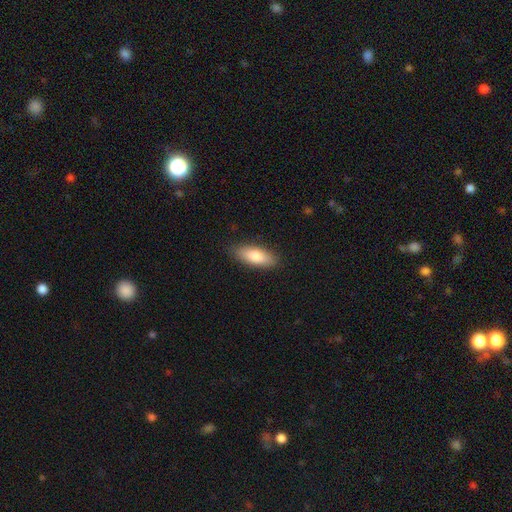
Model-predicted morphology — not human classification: Smooth or featured?
  - smooth: 81% *
  - featured or disk: 13%
  - star or artifact: 6%
How rounded?
  - in between: 74% *
  - cigar-shaped: 24%
  - round: 2%
Merging?
  - none: 86% *
  - minor disturbance: 10%
  - major disturbance: 2%
  - merger: 1%